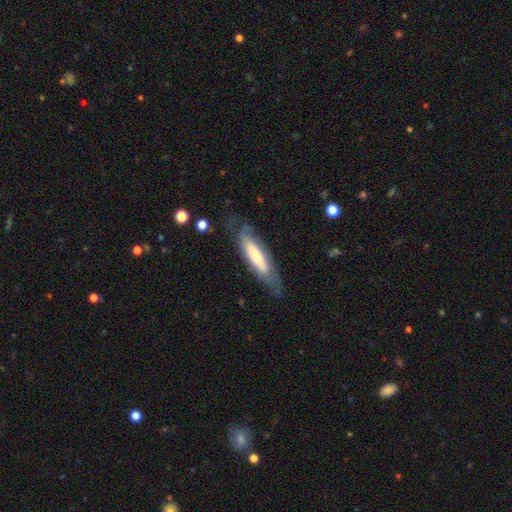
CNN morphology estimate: Smooth or featured?
  - smooth: 48% *
  - featured or disk: 46%
  - star or artifact: 7%
Merging?
  - none: 68% *
  - minor disturbance: 21%
  - major disturbance: 9%
  - merger: 2%